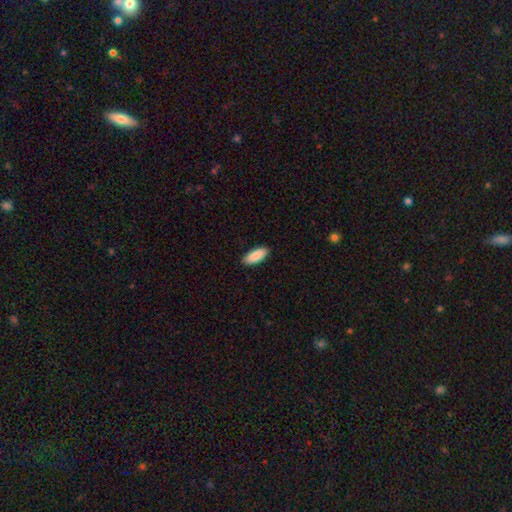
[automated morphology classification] Smooth or featured?
  - smooth: 90% *
  - star or artifact: 5%
  - featured or disk: 4%
How rounded?
  - in between: 79% *
  - cigar-shaped: 20%
  - round: 2%
Merging?
  - none: 90% *
  - minor disturbance: 8%
  - major disturbance: 2%
  - merger: 1%